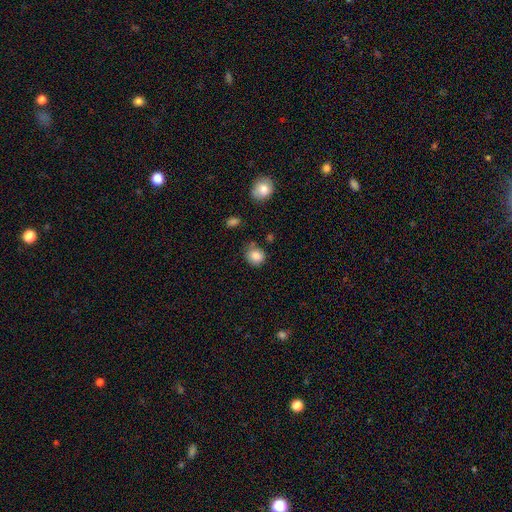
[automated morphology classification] smooth 84%, star or artifact 9%, featured or disk 6%. Down the decision tree: how rounded — round (77%); merging — none (69%).